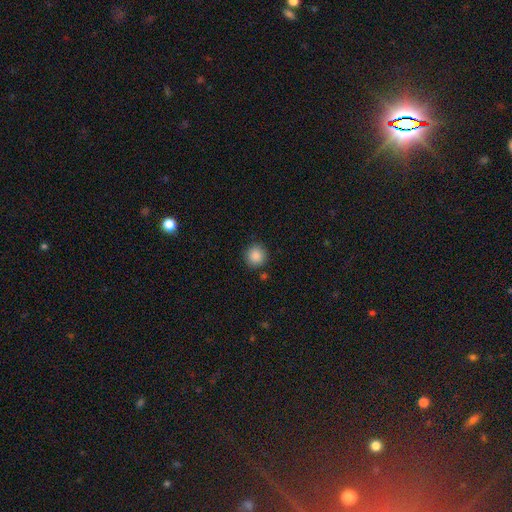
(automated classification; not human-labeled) smooth-or-featured: smooth: 88% | star or artifact: 9% | featured or disk: 3%
  how-rounded: round: 93% | in between: 6% | cigar-shaped: 1%
  merging: none: 88% | minor disturbance: 7% | merger: 2% | major disturbance: 2%